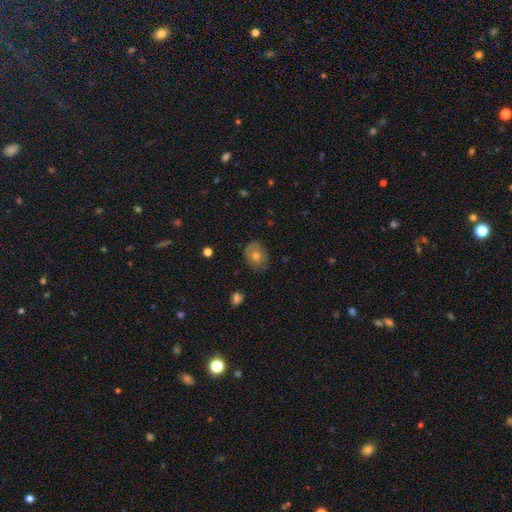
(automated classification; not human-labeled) Overall: smooth (62%; featured or disk 25%). How rounded: round (60%; in between 39%). Merging: none (80%).